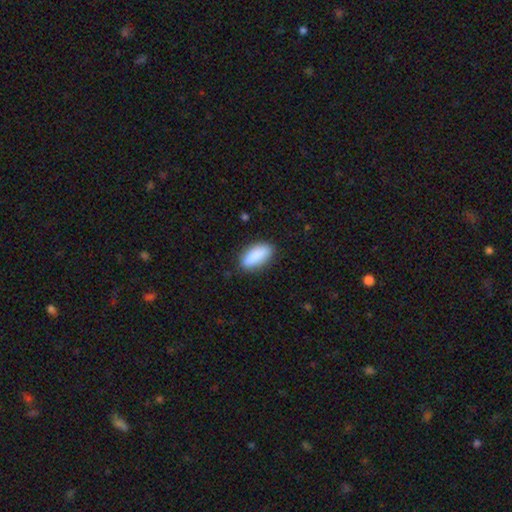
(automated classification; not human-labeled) Morphology: type=smooth (87%); roundness=in between (79%); merging=none (85%).